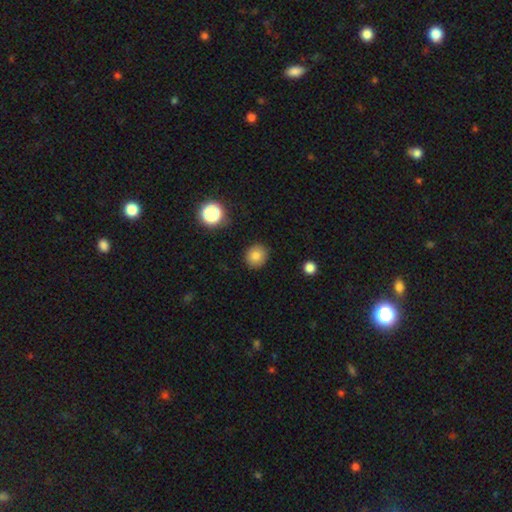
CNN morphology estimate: Smooth or featured?
  - smooth: 82% *
  - star or artifact: 12%
  - featured or disk: 7%
How rounded?
  - round: 86% *
  - in between: 13%
  - cigar-shaped: 1%
Merging?
  - none: 87% *
  - minor disturbance: 9%
  - major disturbance: 2%
  - merger: 1%